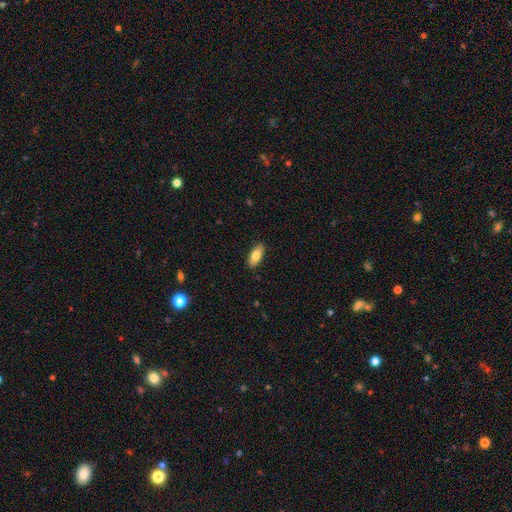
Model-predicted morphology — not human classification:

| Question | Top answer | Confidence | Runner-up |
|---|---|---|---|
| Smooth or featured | smooth | 75% | featured or disk (19%) |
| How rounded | in between | 84% | cigar-shaped (13%) |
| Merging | none | 89% | minor disturbance (8%) |